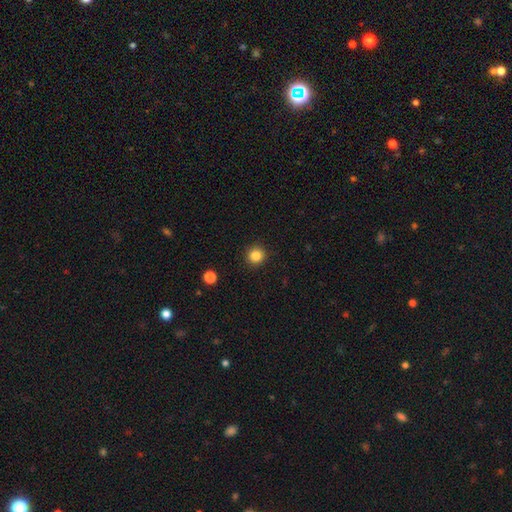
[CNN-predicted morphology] A smooth galaxy with no disk features (84%) that is round (93%). Merging: none (92%).